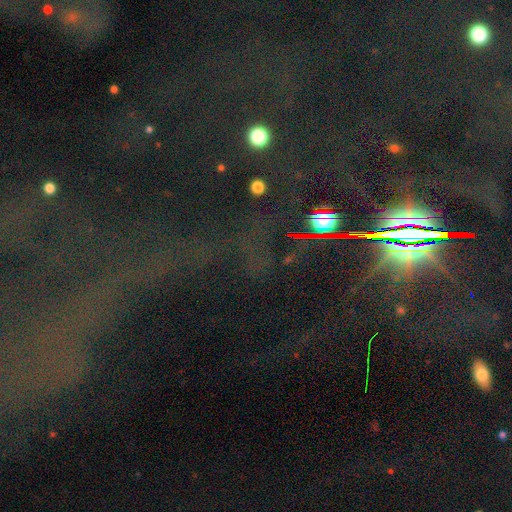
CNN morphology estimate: Smooth or featured: star or artifact — 83% (featured or disk — 9%)